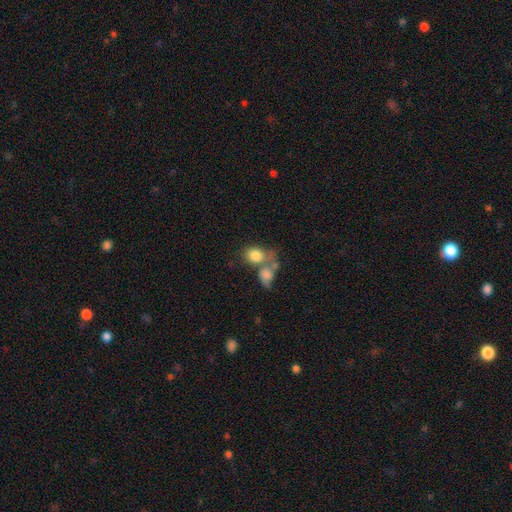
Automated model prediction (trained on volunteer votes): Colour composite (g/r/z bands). It shows a smooth galaxy with no disk features (79%) that is round (55%). Merging: merger (55%).